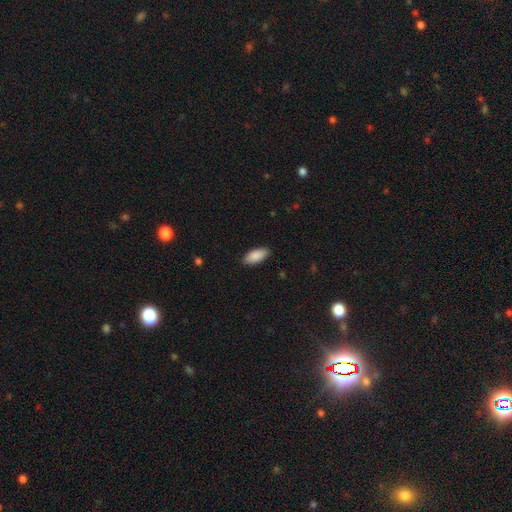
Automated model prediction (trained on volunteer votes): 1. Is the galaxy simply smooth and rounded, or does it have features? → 89% smooth, 6% star or artifact, 5% featured or disk.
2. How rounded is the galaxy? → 89% in between, 9% cigar-shaped, 2% round.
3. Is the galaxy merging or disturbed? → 88% none, 9% minor disturbance, 2% major disturbance, 1% merger.